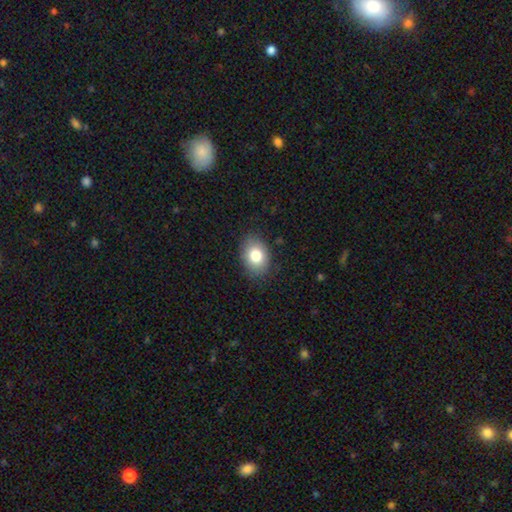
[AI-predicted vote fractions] smooth-or-featured: smooth: 80% | featured or disk: 11% | star or artifact: 9%
  how-rounded: in between: 72% | round: 27% | cigar-shaped: 1%
  merging: none: 85% | minor disturbance: 11% | major disturbance: 3% | merger: 1%